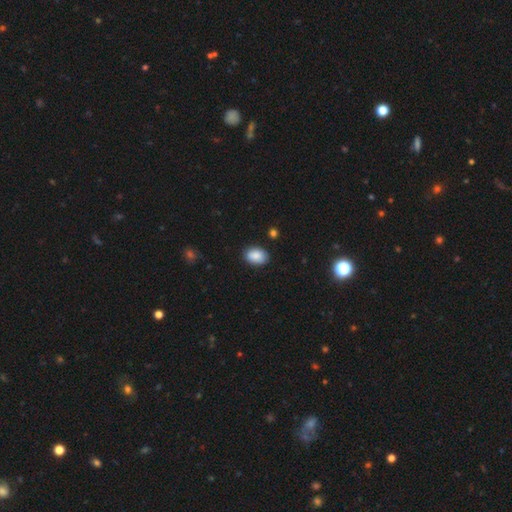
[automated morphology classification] Smooth or featured: smooth — 88% (star or artifact — 7%)
How rounded: in between — 83% (round — 16%)
Merging: none — 85% (minor disturbance — 12%)